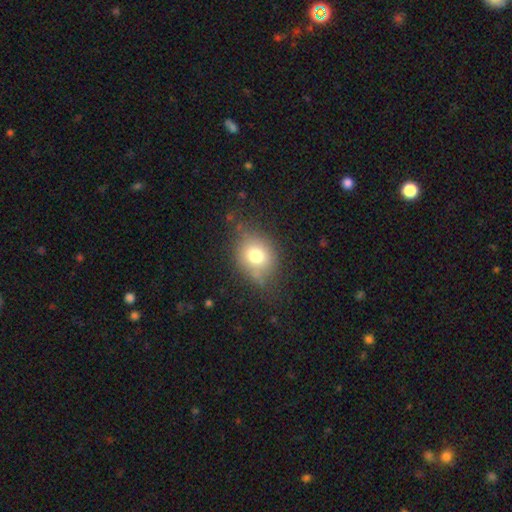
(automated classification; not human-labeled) smooth_or_featured: smooth (p=0.74) [alt: featured or disk p=0.15]
how_rounded: round (p=0.53) [alt: in between p=0.46]
merging: none (p=0.68) [alt: minor disturbance p=0.22]